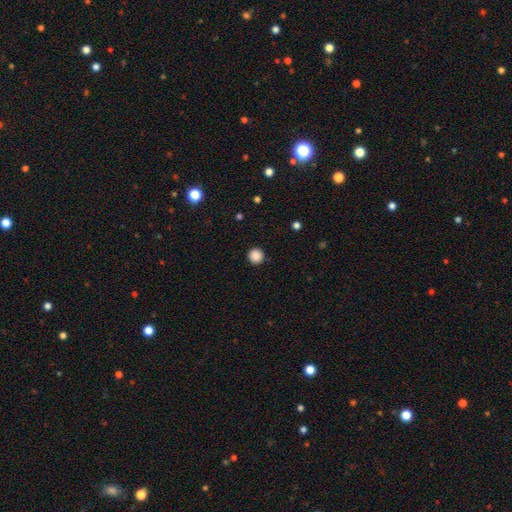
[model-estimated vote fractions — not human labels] Smooth or featured? smooth (88%)
How rounded? round (95%)
Merging? none (92%)